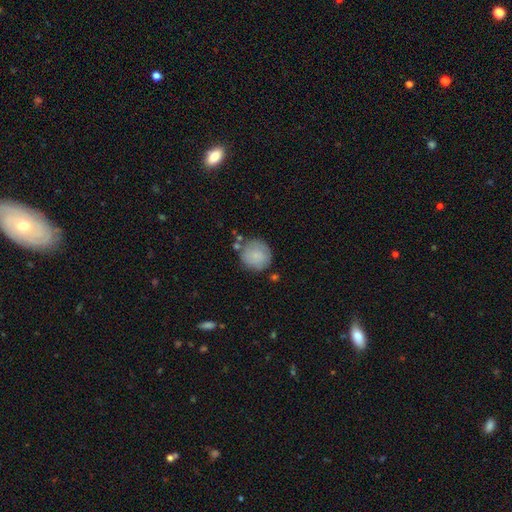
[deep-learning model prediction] Q: Smooth or featured?
A: smooth (81%); runner-up: featured or disk (12%)
Q: How rounded?
A: round (92%); runner-up: in between (7%)
Q: Merging?
A: none (71%); runner-up: minor disturbance (17%)